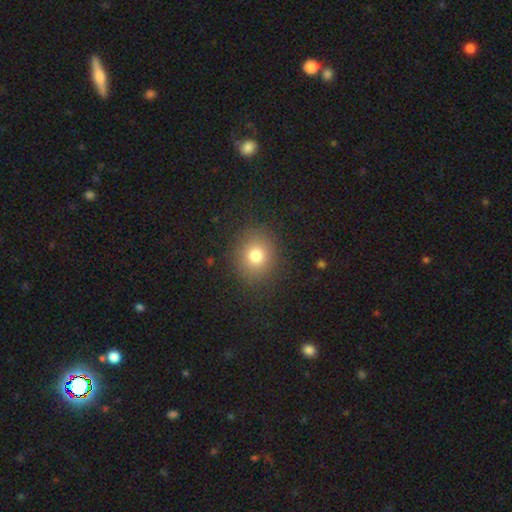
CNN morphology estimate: smooth 78%, star or artifact 13%, featured or disk 9%. Down the decision tree: how rounded — round (75%); merging — none (87%).